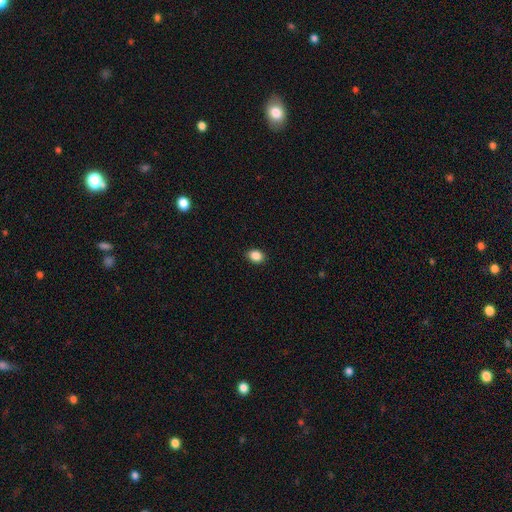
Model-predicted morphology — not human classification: smooth_or_featured: smooth (p=0.88) [alt: star or artifact p=0.09]
how_rounded: in between (p=0.57) [alt: round p=0.42]
merging: none (p=0.90) [alt: minor disturbance p=0.07]